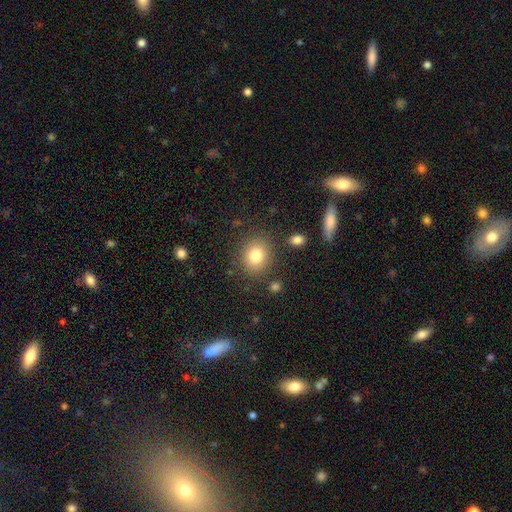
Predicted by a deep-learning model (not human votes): This is clearly a smooth galaxy (80%). How rounded: likely round (65%). Merging: clearly none (83%).